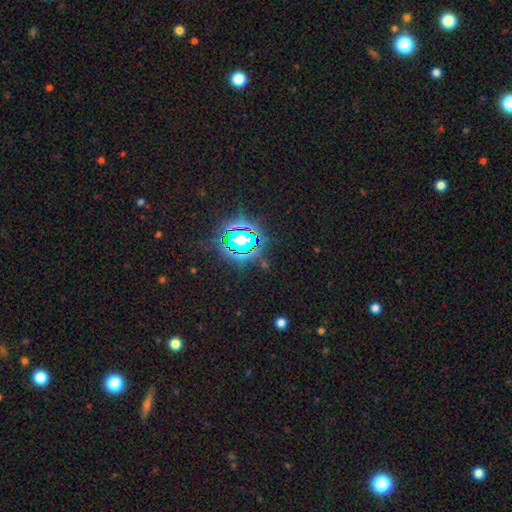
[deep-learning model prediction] Smooth or featured?
  - star or artifact: 79% *
  - smooth: 13%
  - featured or disk: 8%